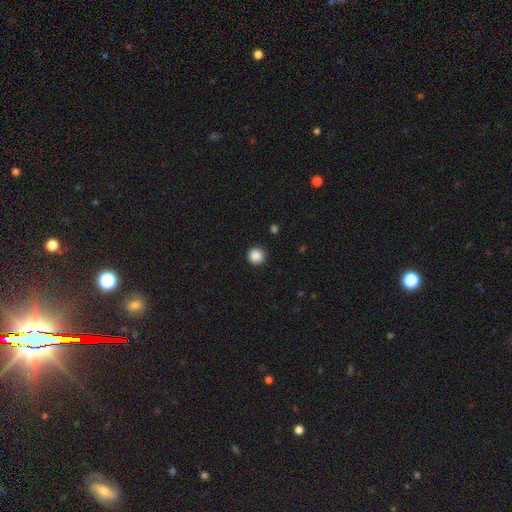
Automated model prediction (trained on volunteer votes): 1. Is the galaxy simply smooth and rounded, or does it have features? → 87% smooth, 10% star or artifact, 3% featured or disk.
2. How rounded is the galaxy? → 93% round, 6% in between, 1% cigar-shaped.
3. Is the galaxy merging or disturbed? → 90% none, 7% minor disturbance, 2% major disturbance, 1% merger.